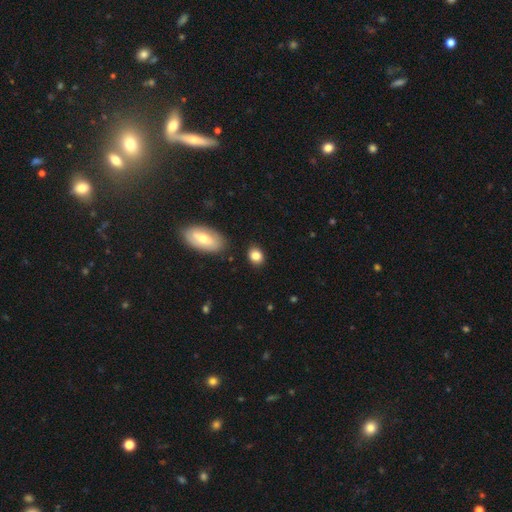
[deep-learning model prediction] Overall: smooth (84%). How rounded: in between (56%; round 42%). Merging: none (83%).